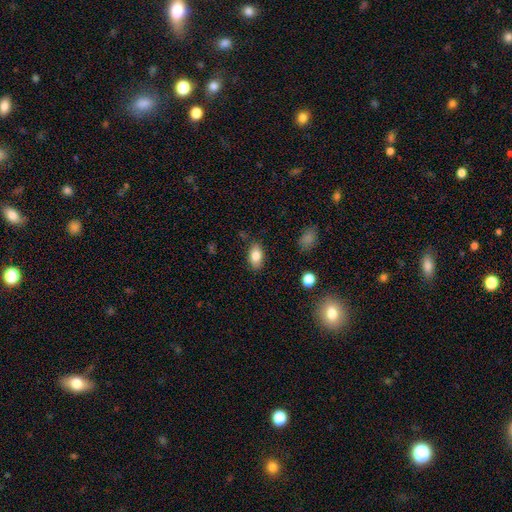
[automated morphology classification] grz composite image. It shows a smooth galaxy with no disk features (83%) that is in between round and cigar-shaped (90%). Merging: none (81%).